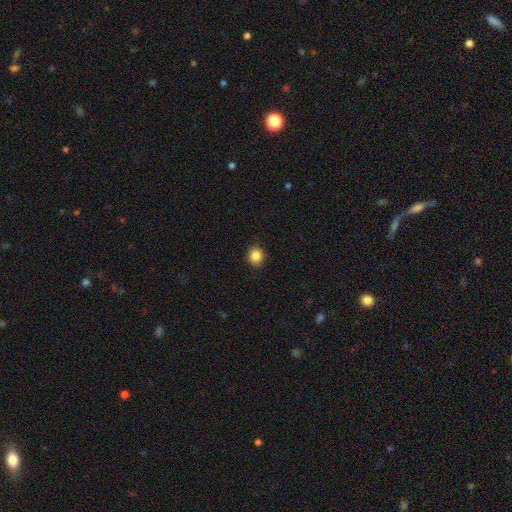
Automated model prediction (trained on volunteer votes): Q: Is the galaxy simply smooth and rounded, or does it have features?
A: smooth — 86%.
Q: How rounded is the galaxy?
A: round — 85%.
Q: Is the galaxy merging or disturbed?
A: none — 92%.